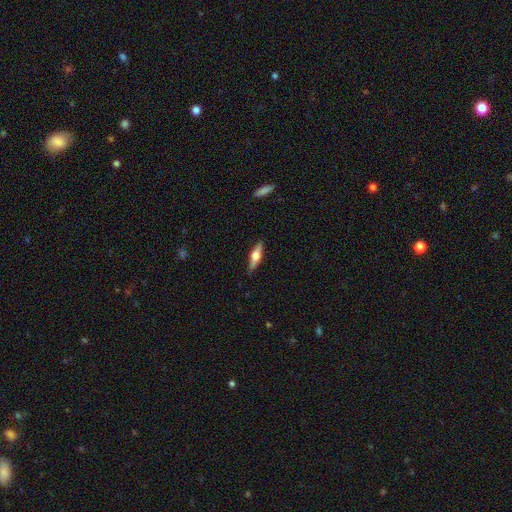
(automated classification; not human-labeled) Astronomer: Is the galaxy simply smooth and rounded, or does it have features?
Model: featured or disk — 53% (runner-up: smooth, 41%).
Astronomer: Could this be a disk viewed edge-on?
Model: yes — 94%.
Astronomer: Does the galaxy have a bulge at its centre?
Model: rounded — 92%.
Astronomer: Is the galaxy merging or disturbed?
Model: none — 87%.